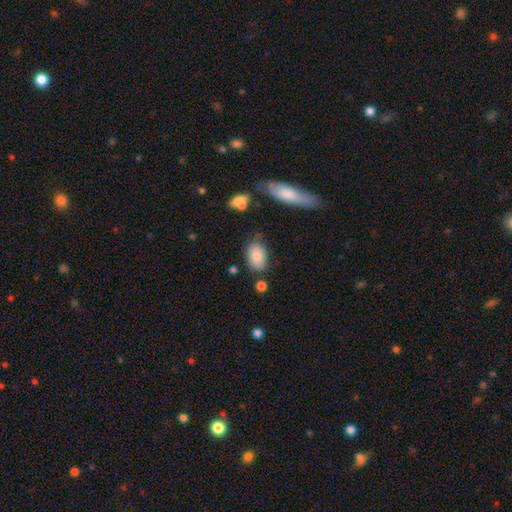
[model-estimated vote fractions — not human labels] Smooth or featured? Predicted: smooth (p=0.82). How rounded? Predicted: in between (p=0.87). Merging? Predicted: none (p=0.71).